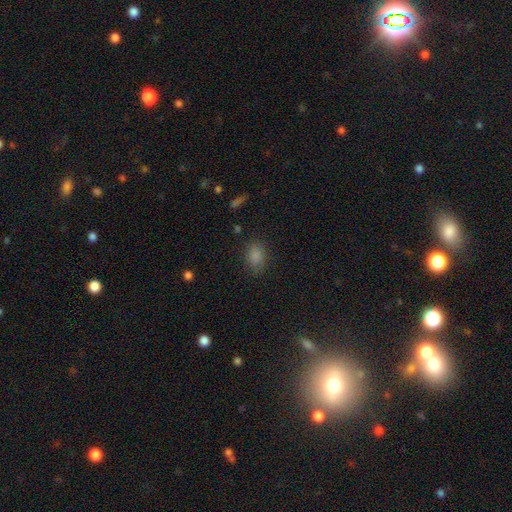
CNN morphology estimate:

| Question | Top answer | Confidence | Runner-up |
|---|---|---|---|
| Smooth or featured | smooth | 84% | star or artifact (12%) |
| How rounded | in between | 69% | round (29%) |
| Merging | none | 81% | minor disturbance (13%) |